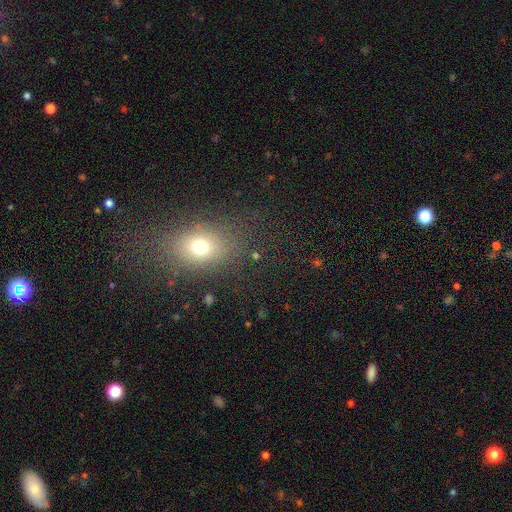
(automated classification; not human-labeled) smooth-or-featured: smooth: 63% | star or artifact: 24% | featured or disk: 13%
  how-rounded: in between: 52% | round: 45% | cigar-shaped: 3%
  merging: none: 77% | minor disturbance: 12% | major disturbance: 8% | merger: 3%